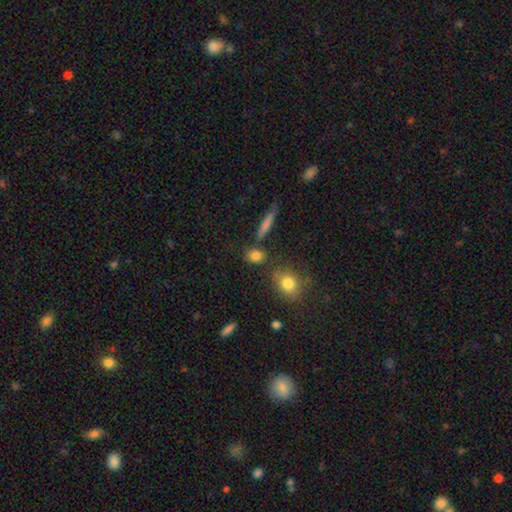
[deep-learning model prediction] Overall: smooth (81%). How rounded: round (49%; in between 44%). Merging: none (75%).